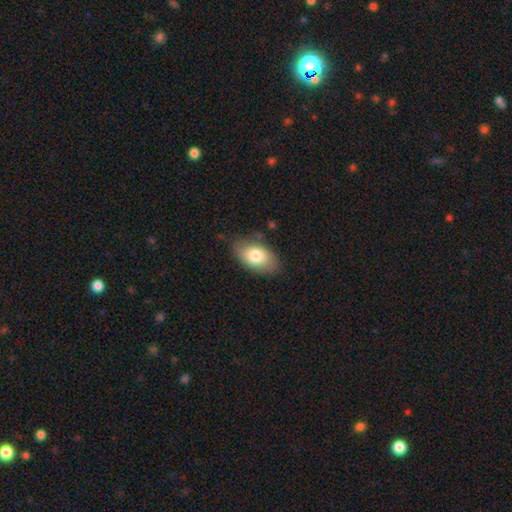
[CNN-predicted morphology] type=smooth (78%); roundness=in between (92%); merging=none (77%).